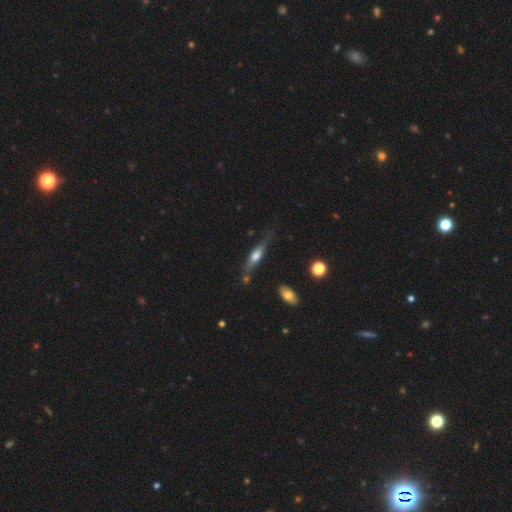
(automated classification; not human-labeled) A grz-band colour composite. It shows a featured or disk galaxy (49%). Merging: none (67%).